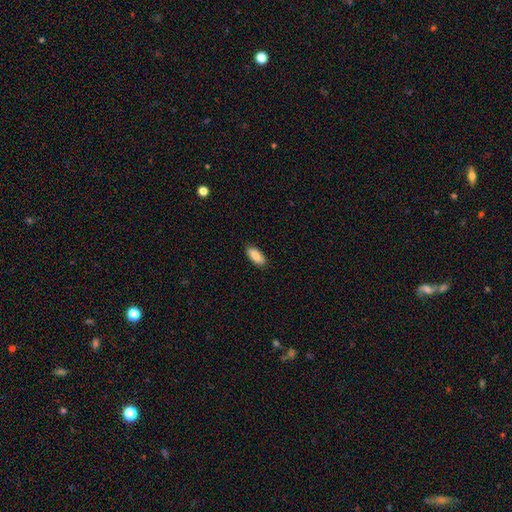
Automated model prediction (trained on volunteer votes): This appears to be a smooth galaxy with no disk features (85%) that is in between round and cigar-shaped (84%). Merging: none (88%).